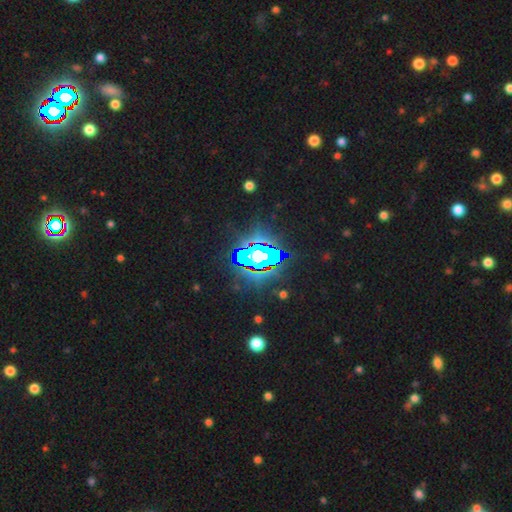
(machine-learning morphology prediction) Smooth or featured?
  - star or artifact: 81% *
  - smooth: 10%
  - featured or disk: 9%